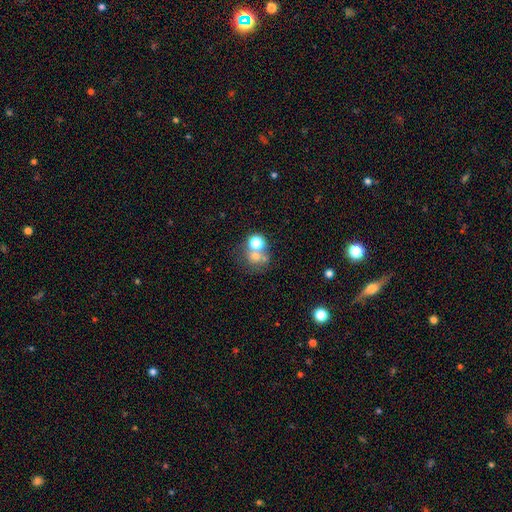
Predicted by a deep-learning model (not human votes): A smooth galaxy with no disk features (63%) that is round (77%).

Vote fractions:
- Smooth or featured? smooth: 63% / star or artifact: 19% / featured or disk: 18%
- How rounded? round: 77% / in between: 22% / cigar-shaped: 1%
- Merging? merger: 46% / none: 40% / minor disturbance: 8% / major disturbance: 6%